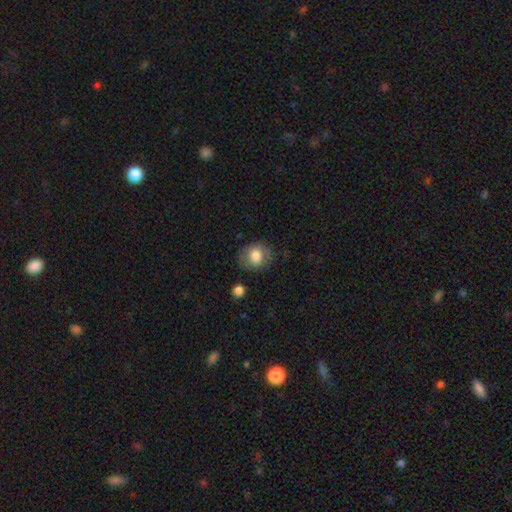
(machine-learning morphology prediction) This is likely a smooth galaxy (77%). How rounded: likely round (69%). Merging: likely none (77%).